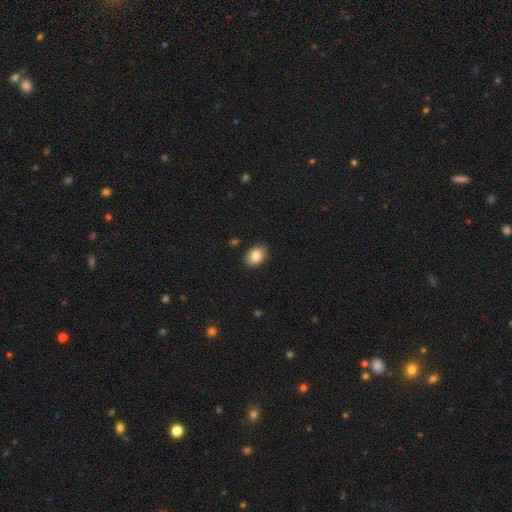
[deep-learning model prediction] Smooth or featured: smooth — 85% (star or artifact — 8%)
How rounded: in between — 73% (round — 26%)
Merging: none — 88% (minor disturbance — 9%)